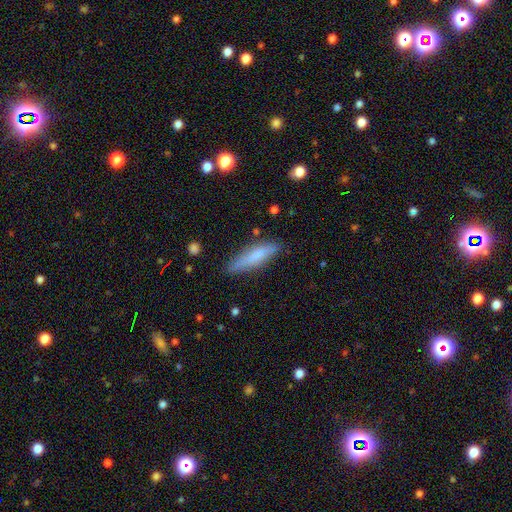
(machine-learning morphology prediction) This appears to be a smooth galaxy with no disk features (70%) that is cigar-shaped (75%). Merging: none (80%).